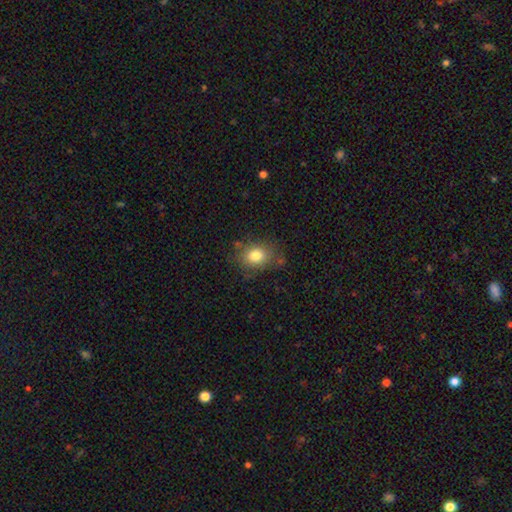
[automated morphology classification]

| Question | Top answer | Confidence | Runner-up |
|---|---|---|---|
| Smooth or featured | smooth | 80% | star or artifact (10%) |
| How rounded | in between | 54% | round (45%) |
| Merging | none | 74% | minor disturbance (18%) |